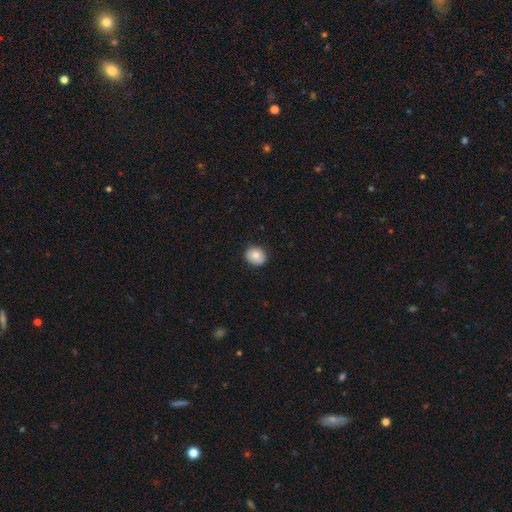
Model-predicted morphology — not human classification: smooth_or_featured: smooth (p=0.83) [alt: featured or disk p=0.08]
how_rounded: round (p=0.64) [alt: in between p=0.35]
merging: none (p=0.87) [alt: minor disturbance p=0.10]